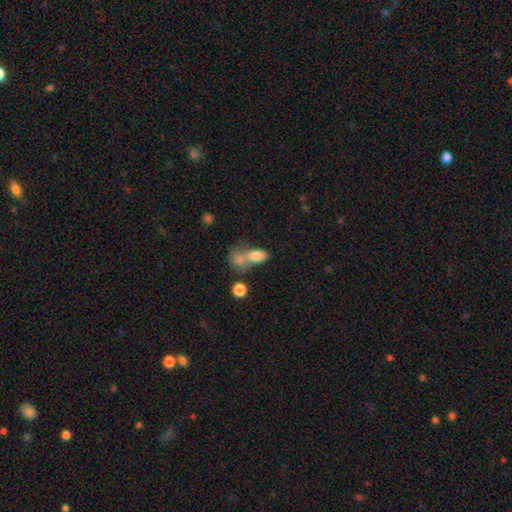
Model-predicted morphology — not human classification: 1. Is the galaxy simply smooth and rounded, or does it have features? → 79% smooth, 12% featured or disk, 9% star or artifact.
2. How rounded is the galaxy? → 85% in between, 10% round, 5% cigar-shaped.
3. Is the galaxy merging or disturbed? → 53% merger, 28% none, 11% minor disturbance, 8% major disturbance.